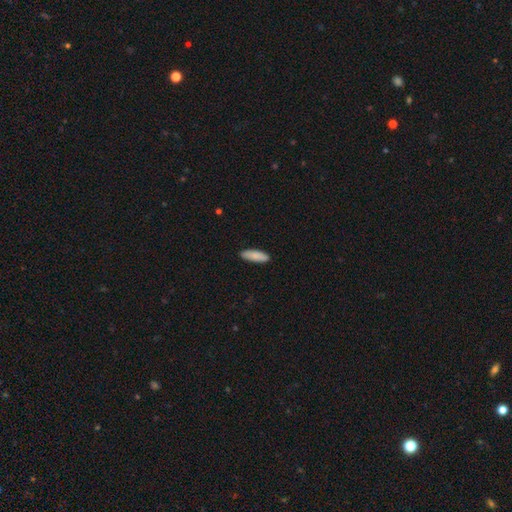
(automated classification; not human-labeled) Morphology: type=smooth (88%); roundness=in between (54%); merging=none (89%).